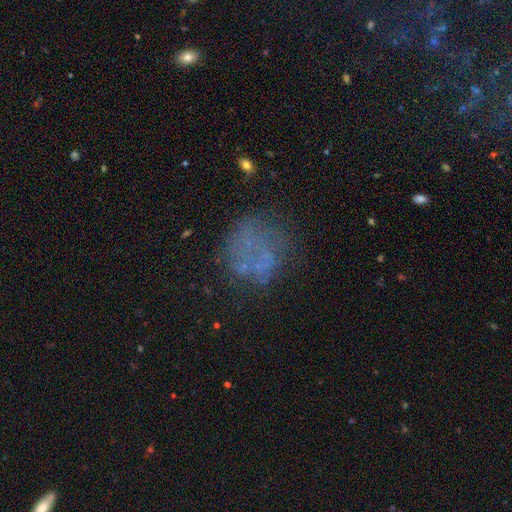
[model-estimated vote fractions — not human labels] Smooth or featured: featured or disk — 40% (smooth — 38%)
Merging: none — 61% (minor disturbance — 17%)